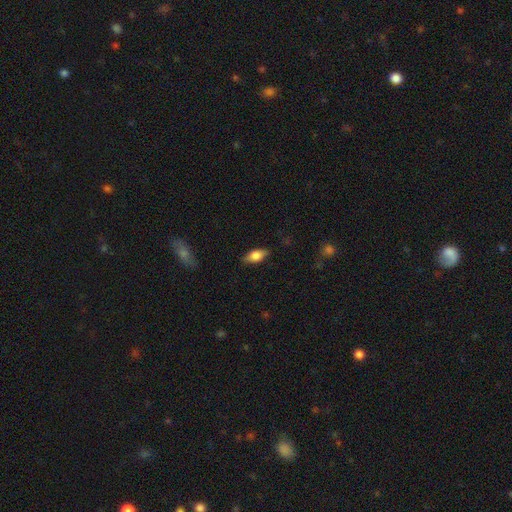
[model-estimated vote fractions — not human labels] A smooth galaxy with no disk features (73%) that is in between round and cigar-shaped (83%).

Vote fractions:
- Smooth or featured? smooth: 73% / featured or disk: 20% / star or artifact: 7%
- How rounded? in between: 83% / cigar-shaped: 13% / round: 4%
- Merging? none: 84% / minor disturbance: 12% / major disturbance: 3% / merger: 1%